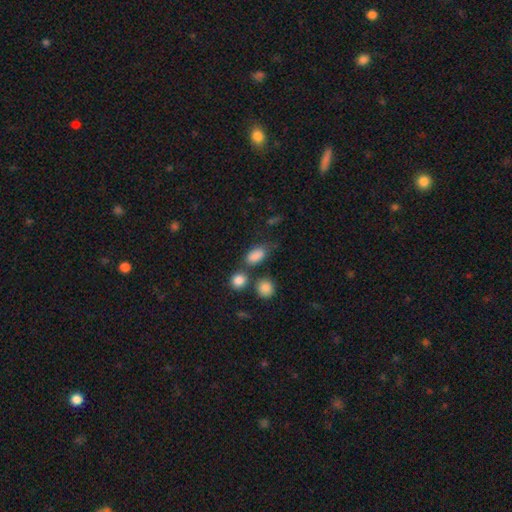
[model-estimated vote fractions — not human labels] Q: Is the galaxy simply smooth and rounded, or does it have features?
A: smooth — 86%.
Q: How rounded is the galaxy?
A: in between — 83%.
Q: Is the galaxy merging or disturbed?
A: none — 56%.